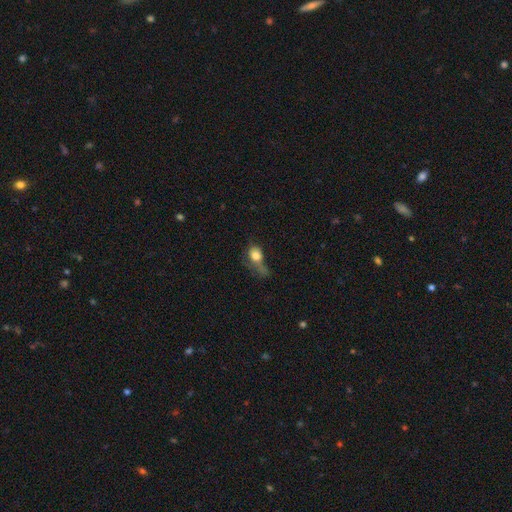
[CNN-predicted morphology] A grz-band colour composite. It shows a smooth galaxy with no disk features (74%) that is in between round and cigar-shaped (53%). Merging: major disturbance (43%).